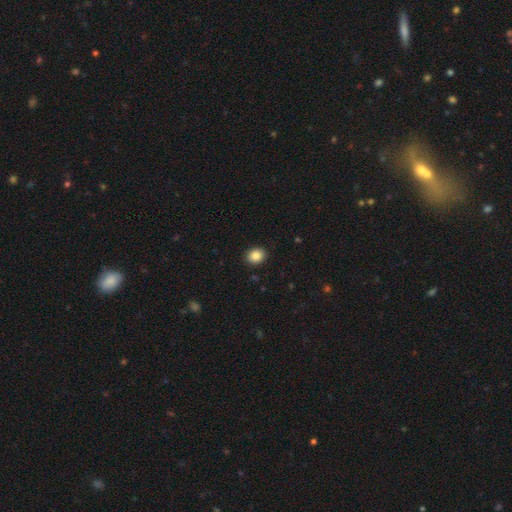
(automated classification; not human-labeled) smooth 85%, star or artifact 9%, featured or disk 6%. Down the decision tree: how rounded — round (65%); merging — none (91%).